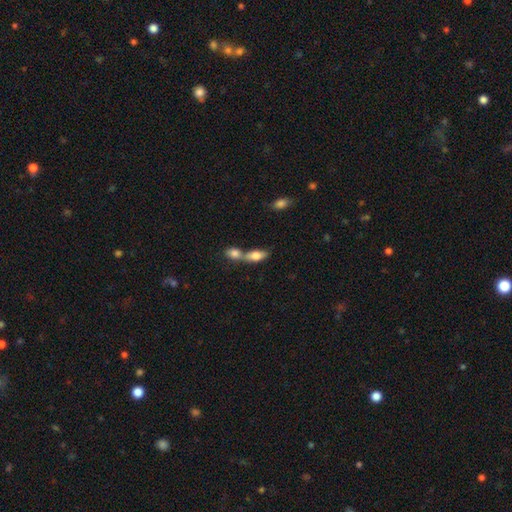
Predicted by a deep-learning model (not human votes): A smooth galaxy with no disk features (76%) that is in between round and cigar-shaped (80%).

Vote fractions:
- Smooth or featured? smooth: 76% / featured or disk: 17% / star or artifact: 7%
- How rounded? in between: 80% / cigar-shaped: 14% / round: 7%
- Merging? merger: 70% / none: 21% / minor disturbance: 6% / major disturbance: 3%